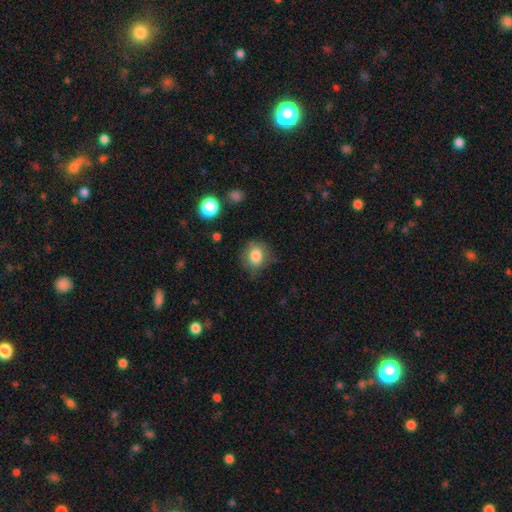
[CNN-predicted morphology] smooth-or-featured: smooth: 82% | star or artifact: 10% | featured or disk: 9%
  how-rounded: round: 74% | in between: 25% | cigar-shaped: 1%
  merging: none: 72% | minor disturbance: 20% | major disturbance: 6% | merger: 2%